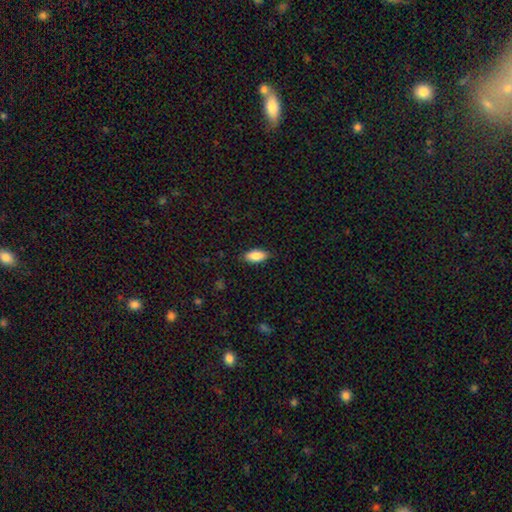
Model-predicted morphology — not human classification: This appears to be a smooth galaxy with no disk features (86%) that is in between round and cigar-shaped (89%). Merging: none (85%).